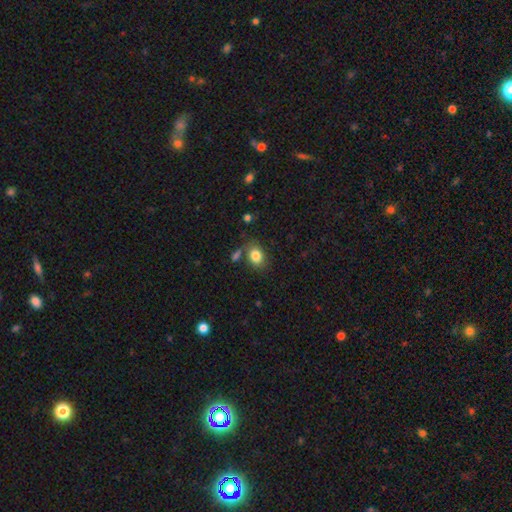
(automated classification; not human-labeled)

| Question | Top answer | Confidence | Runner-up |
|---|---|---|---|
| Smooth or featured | smooth | 83% | star or artifact (9%) |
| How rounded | in between | 68% | round (31%) |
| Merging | none | 71% | minor disturbance (14%) |